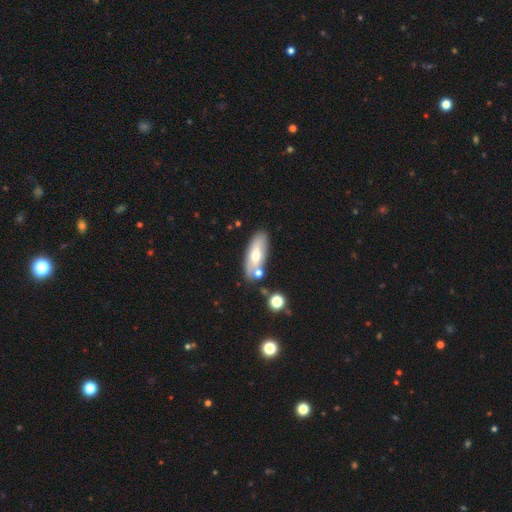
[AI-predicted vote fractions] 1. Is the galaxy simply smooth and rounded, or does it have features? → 50% smooth, 43% featured or disk, 7% star or artifact.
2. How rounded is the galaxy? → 74% in between, 23% cigar-shaped, 3% round.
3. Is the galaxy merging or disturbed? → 71% none, 14% minor disturbance, 11% merger, 4% major disturbance.